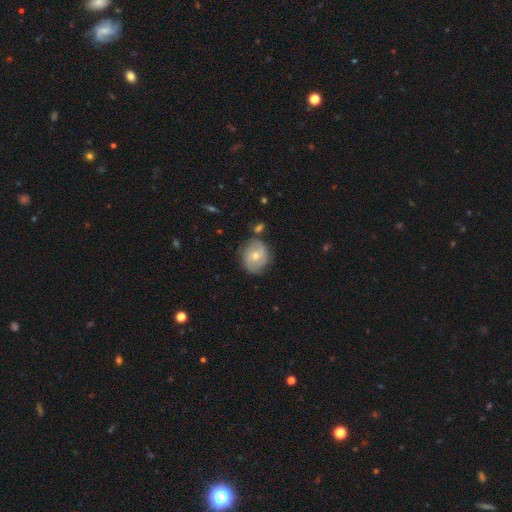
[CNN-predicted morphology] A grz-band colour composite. It shows a featured or disk galaxy (56%) with no bar (68%), spiral arms (79%) and a moderate central bulge (49%). Merging: none (69%).